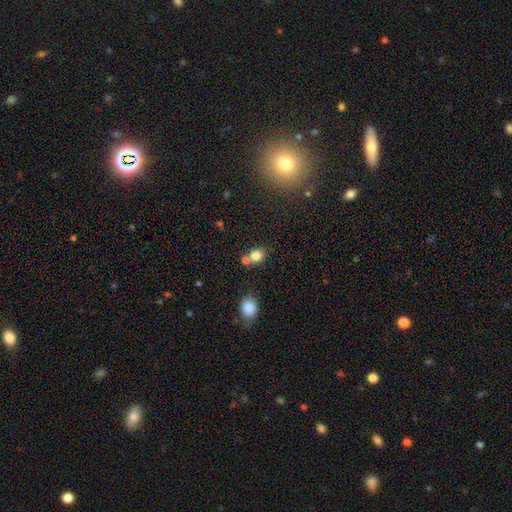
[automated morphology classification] This is likely a smooth galaxy (79%). How rounded: possibly in between (49%, tied with round). Merging: possibly none (53%).